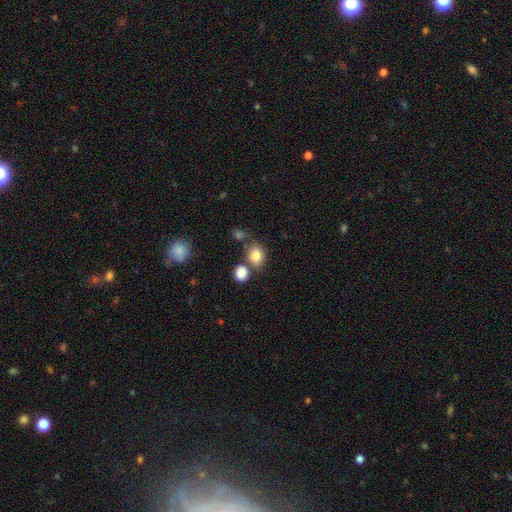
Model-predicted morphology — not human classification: smooth 82%, star or artifact 10%, featured or disk 8%. Down the decision tree: how rounded — in between (53%); merging — none (56%).